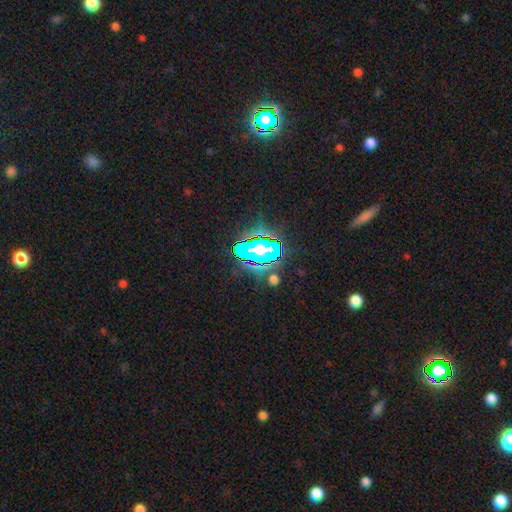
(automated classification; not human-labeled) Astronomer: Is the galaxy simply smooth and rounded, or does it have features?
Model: star or artifact — 83%.